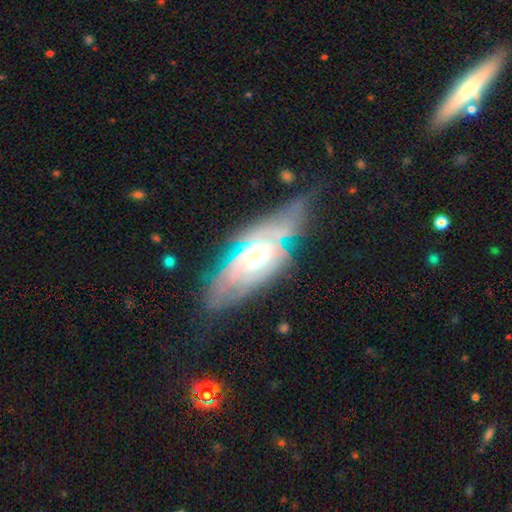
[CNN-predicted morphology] type=featured or disk (72%); edge-on=no (70%); bar=no (77%); spiral arms=yes (62%); bulge=moderate (62%); merging=none (53%).